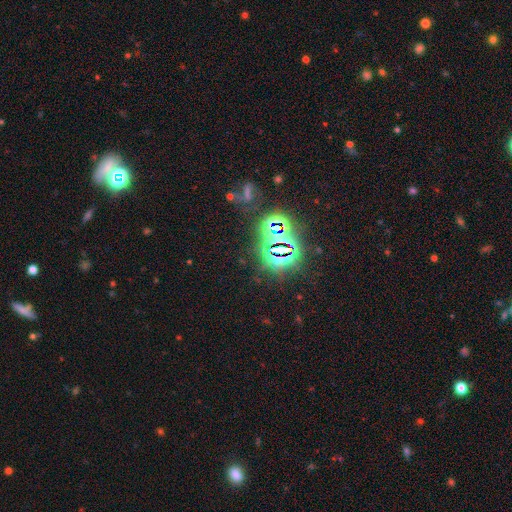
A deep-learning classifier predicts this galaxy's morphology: Smooth or featured?
  - star or artifact: 77% *
  - smooth: 14%
  - featured or disk: 9%